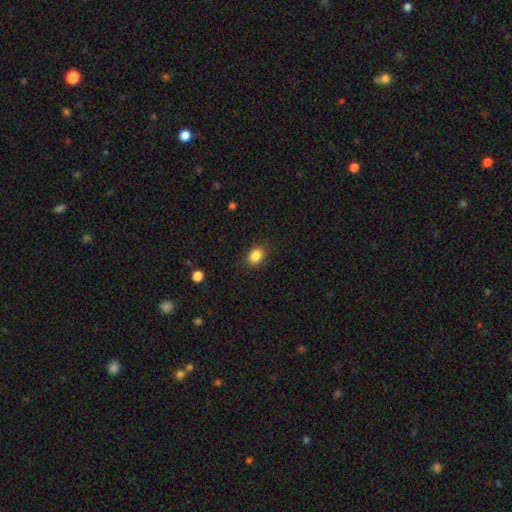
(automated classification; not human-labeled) Smooth or featured?
  - smooth: 87% *
  - star or artifact: 9%
  - featured or disk: 4%
How rounded?
  - in between: 70% *
  - round: 29%
  - cigar-shaped: 1%
Merging?
  - none: 87% *
  - minor disturbance: 9%
  - major disturbance: 3%
  - merger: 1%